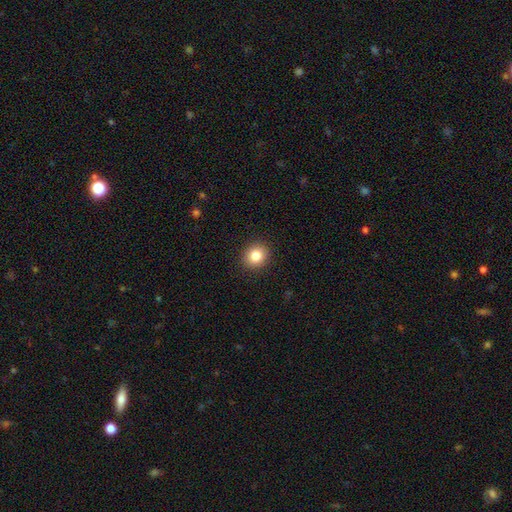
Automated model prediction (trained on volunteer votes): This appears to be a smooth galaxy with no disk features (83%) that is round (77%). Merging: none (91%).